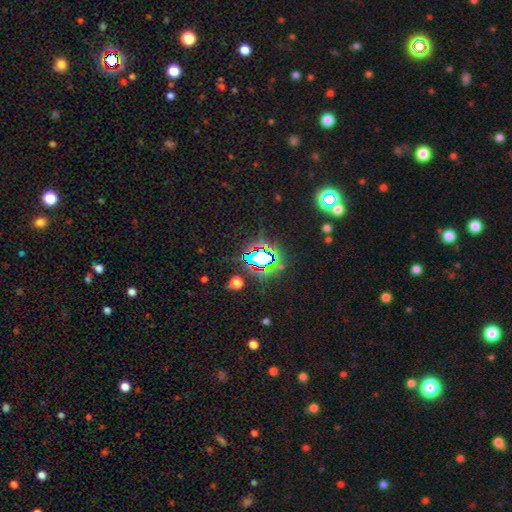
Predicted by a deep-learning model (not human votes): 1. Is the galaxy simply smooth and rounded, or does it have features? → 76% star or artifact, 15% smooth, 9% featured or disk.